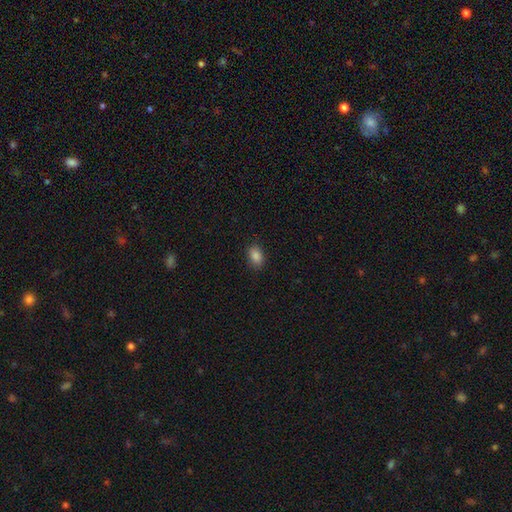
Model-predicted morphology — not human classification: A smooth galaxy with no disk features (87%) that is in between round and cigar-shaped (85%). Merging: none (88%).